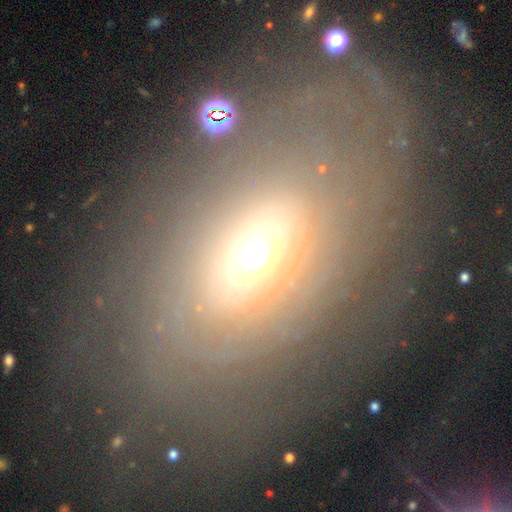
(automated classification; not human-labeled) Smooth or featured? Predicted: featured or disk (p=0.49). Merging? Predicted: none (p=0.68).